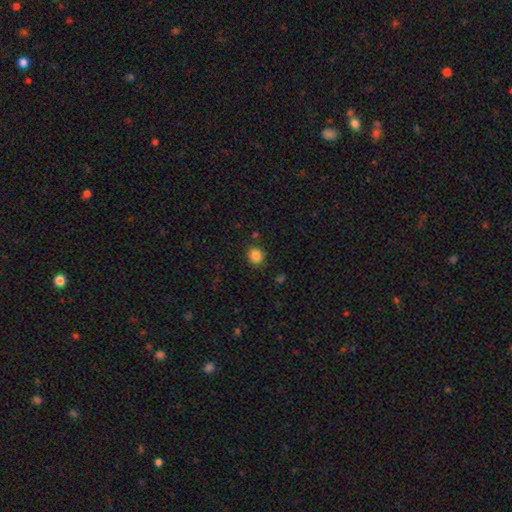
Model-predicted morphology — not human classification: smooth_or_featured: smooth (p=0.86) [alt: star or artifact p=0.11]
how_rounded: round (p=0.88) [alt: in between p=0.12]
merging: none (p=0.87) [alt: minor disturbance p=0.08]